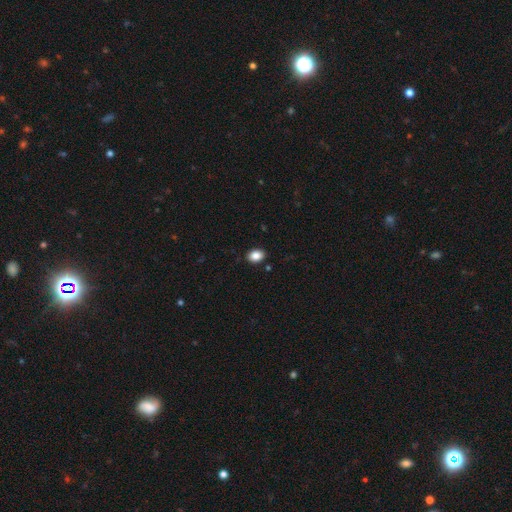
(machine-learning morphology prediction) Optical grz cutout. It shows a smooth galaxy with no disk features (86%) that is in between round and cigar-shaped (71%). Merging: none (89%).